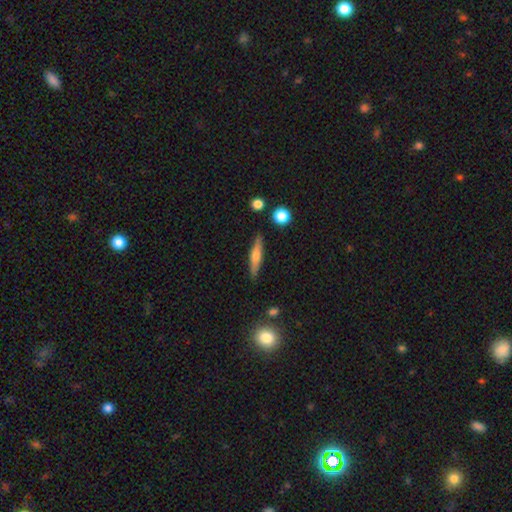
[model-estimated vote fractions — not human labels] Morphology: type=smooth (46%, tied with featured or disk); merging=none (87%).